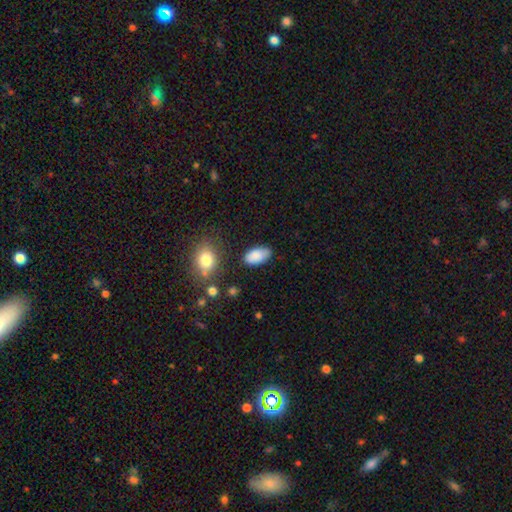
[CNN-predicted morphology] type=smooth (87%); roundness=in between (94%); merging=none (78%).